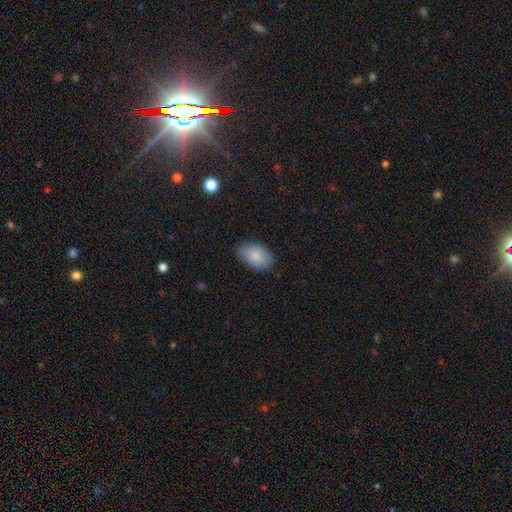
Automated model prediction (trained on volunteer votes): Smooth or featured: smooth — 84% (featured or disk — 9%)
How rounded: in between — 89% (round — 10%)
Merging: none — 75% (minor disturbance — 20%)